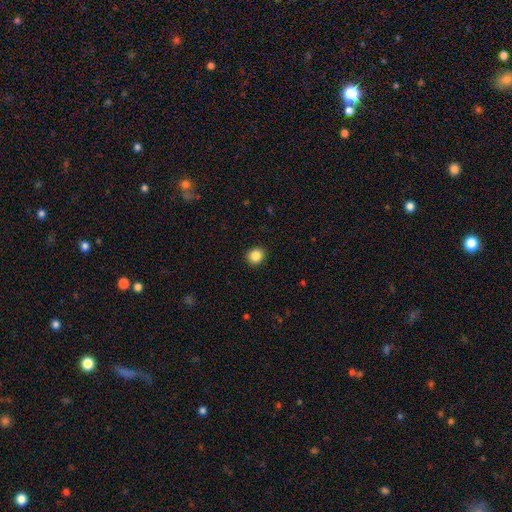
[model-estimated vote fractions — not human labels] Overall: smooth (86%). How rounded: round (89%). Merging: none (92%).